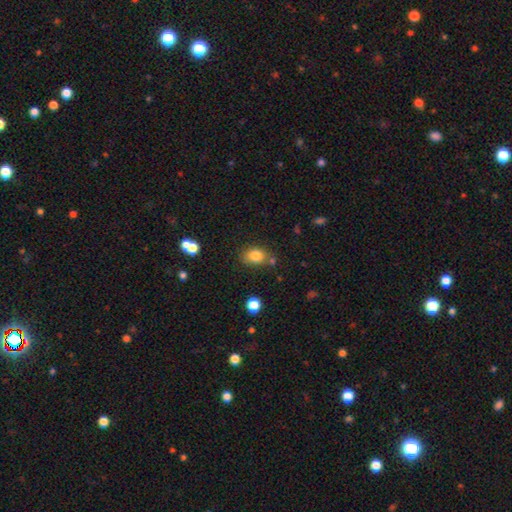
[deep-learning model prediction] This appears to be a smooth galaxy with no disk features (82%) that is in between round and cigar-shaped (63%). Merging: none (67%).